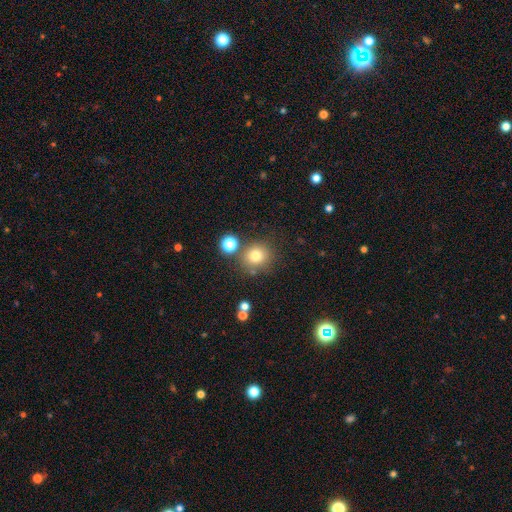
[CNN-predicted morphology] smooth 76%, star or artifact 15%, featured or disk 9%. Down the decision tree: how rounded — round (89%); merging — none (75%).